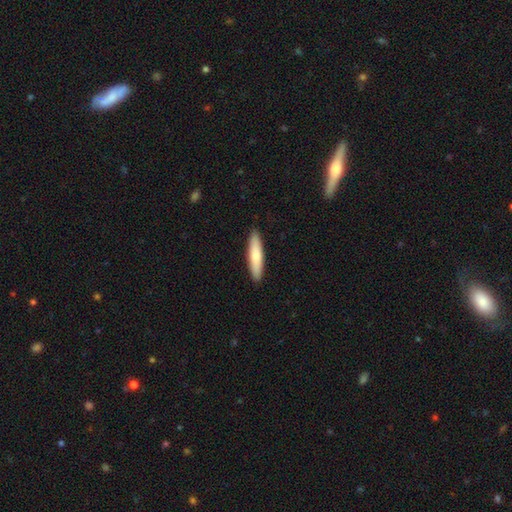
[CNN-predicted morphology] A smooth galaxy with no disk features (73%) that is cigar-shaped (83%).

Vote fractions:
- Smooth or featured? smooth: 73% / featured or disk: 22% / star or artifact: 5%
- How rounded? cigar-shaped: 83% / in between: 16% / round: 1%
- Merging? none: 91% / minor disturbance: 7% / major disturbance: 1% / merger: 1%